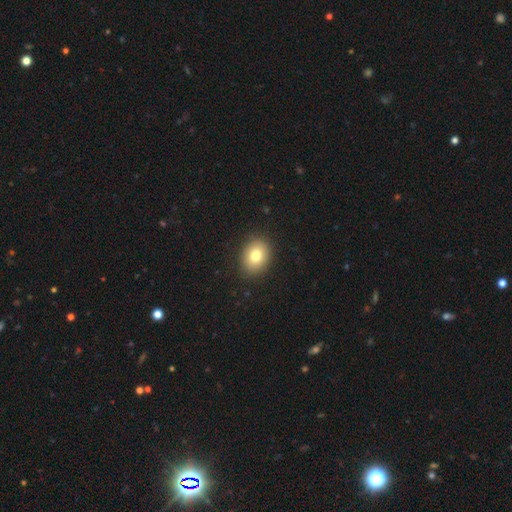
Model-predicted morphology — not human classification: smooth-or-featured: smooth: 80% | featured or disk: 11% | star or artifact: 10%
  how-rounded: in between: 56% | round: 43% | cigar-shaped: 1%
  merging: none: 88% | minor disturbance: 8% | major disturbance: 2% | merger: 1%